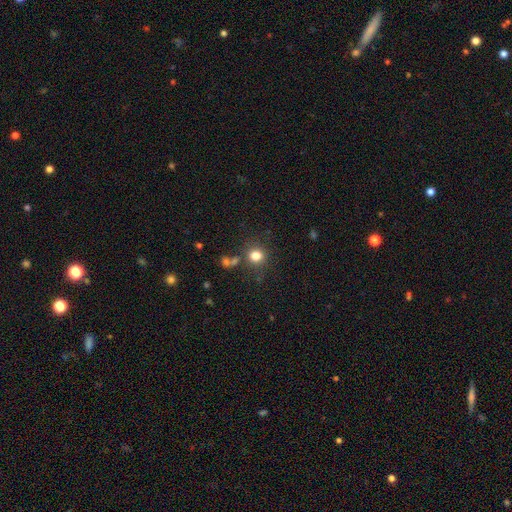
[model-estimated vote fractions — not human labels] Smooth or featured? smooth (80%)
How rounded? round (80%)
Merging? none (77%)